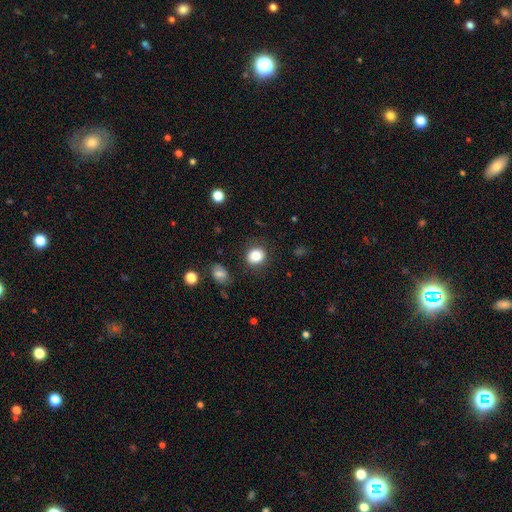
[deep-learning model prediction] This is clearly a smooth galaxy (84%). How rounded: likely round (69%). Merging: clearly none (84%).